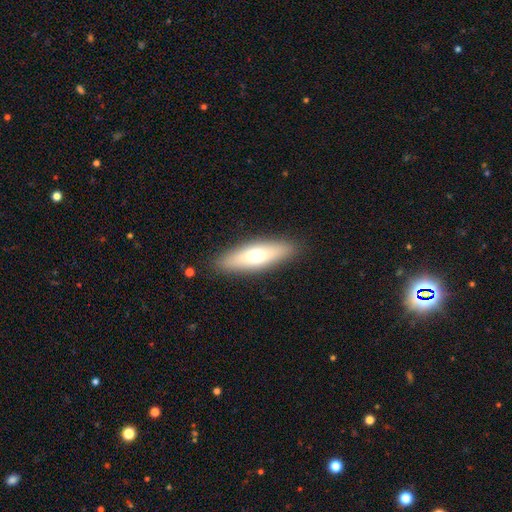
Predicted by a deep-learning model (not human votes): Smooth or featured? Predicted: smooth (p=0.61). How rounded? Predicted: cigar-shaped (p=0.56). Merging? Predicted: none (p=0.89).